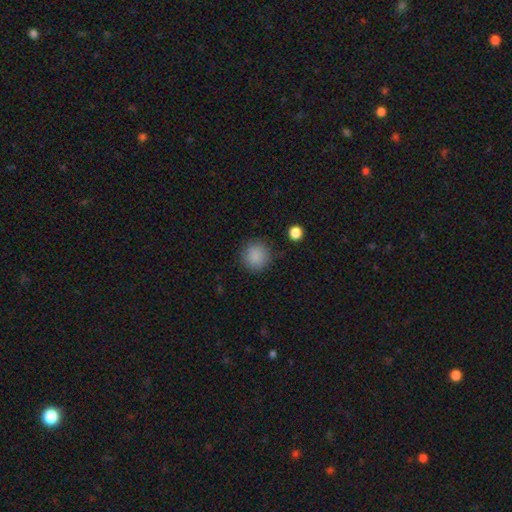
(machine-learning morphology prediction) A smooth galaxy with no disk features (88%) that is round (93%). Merging: none (88%).